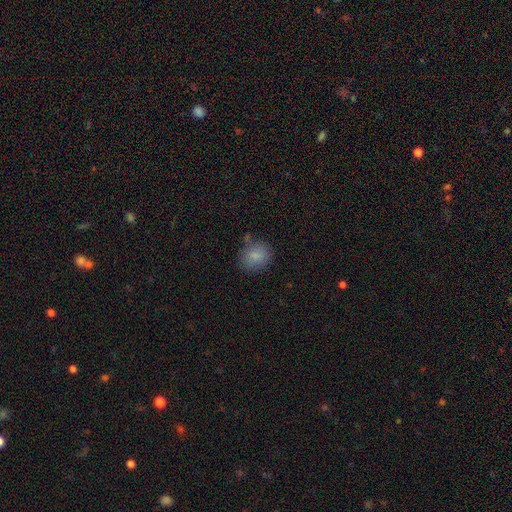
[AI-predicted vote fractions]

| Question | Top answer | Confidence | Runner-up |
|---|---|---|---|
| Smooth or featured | smooth | 83% | star or artifact (9%) |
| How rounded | round | 63% | in between (36%) |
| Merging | none | 71% | minor disturbance (18%) |